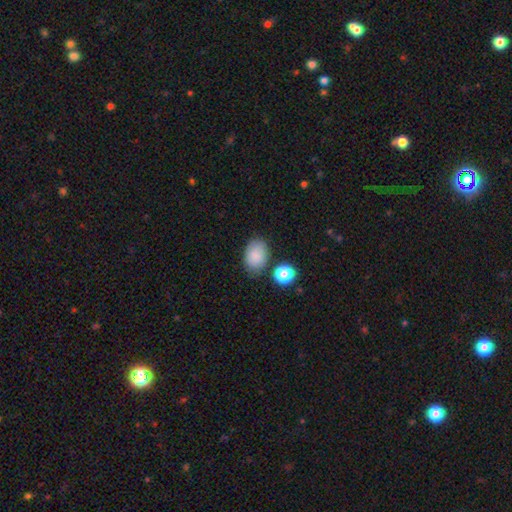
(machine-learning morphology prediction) Q: Smooth or featured?
A: smooth (84%); runner-up: star or artifact (9%)
Q: How rounded?
A: in between (80%); runner-up: round (19%)
Q: Merging?
A: none (74%); runner-up: minor disturbance (16%)